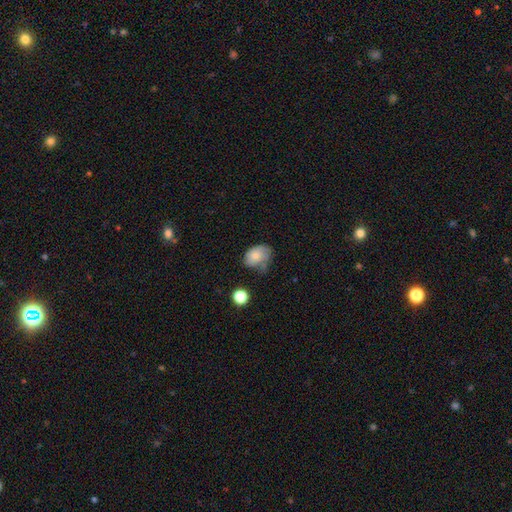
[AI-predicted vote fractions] A smooth galaxy with no disk features (70%) that is in between round and cigar-shaped (68%). Merging: none (39%).